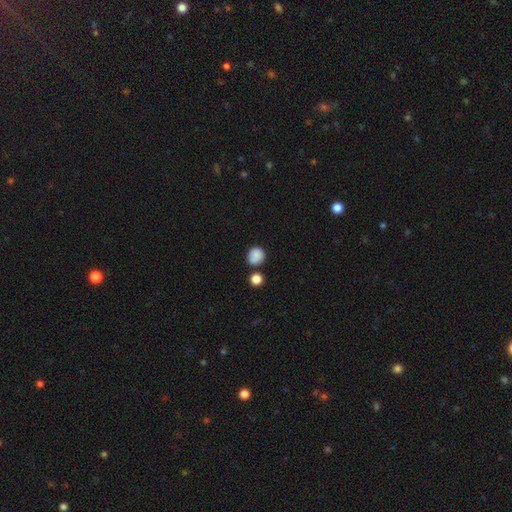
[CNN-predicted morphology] Q: Smooth or featured?
A: smooth (85%); runner-up: star or artifact (9%)
Q: How rounded?
A: round (88%); runner-up: in between (11%)
Q: Merging?
A: none (71%); runner-up: merger (13%)